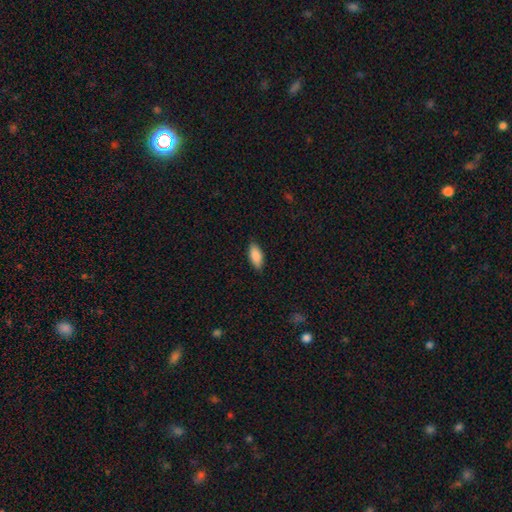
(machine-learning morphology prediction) The model was most divided on "how rounded": in between: 87%, cigar-shaped: 11%, round: 2%. More confident: smooth or featured — smooth (89%); merging — none (87%).